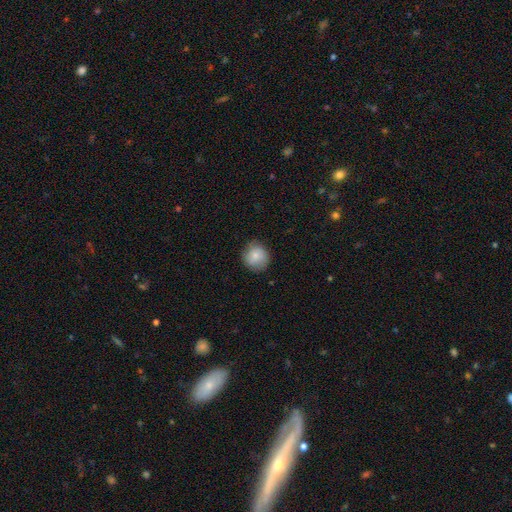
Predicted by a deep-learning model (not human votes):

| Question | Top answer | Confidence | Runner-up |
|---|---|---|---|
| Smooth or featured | smooth | 81% | featured or disk (12%) |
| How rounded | round | 89% | in between (10%) |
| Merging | none | 81% | minor disturbance (14%) |